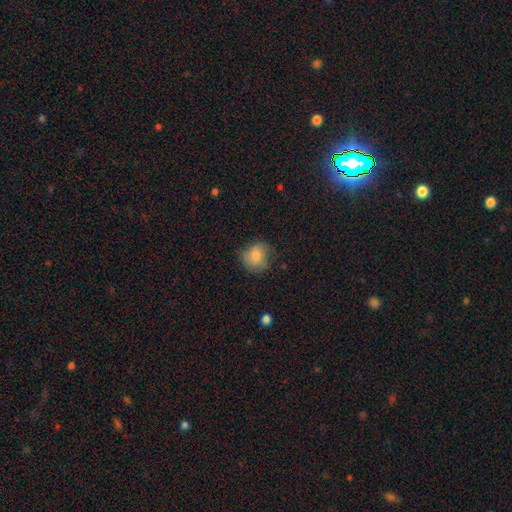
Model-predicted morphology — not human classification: Smooth or featured? smooth (76%)
How rounded? round (78%)
Merging? none (61%)